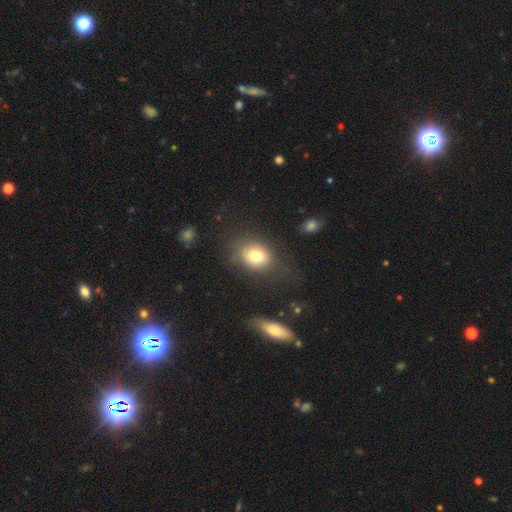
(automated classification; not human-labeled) A smooth galaxy with no disk features (76%) that is round (52%).

Vote fractions:
- Smooth or featured? smooth: 76% / featured or disk: 13% / star or artifact: 11%
- How rounded? round: 52% / in between: 47% / cigar-shaped: 1%
- Merging? none: 68% / minor disturbance: 18% / major disturbance: 11% / merger: 3%